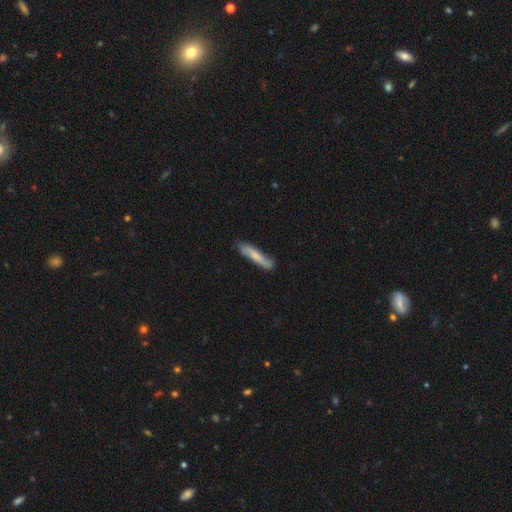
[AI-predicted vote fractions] Overall: smooth (65%; featured or disk 30%). How rounded: cigar-shaped (88%). Merging: none (75%).